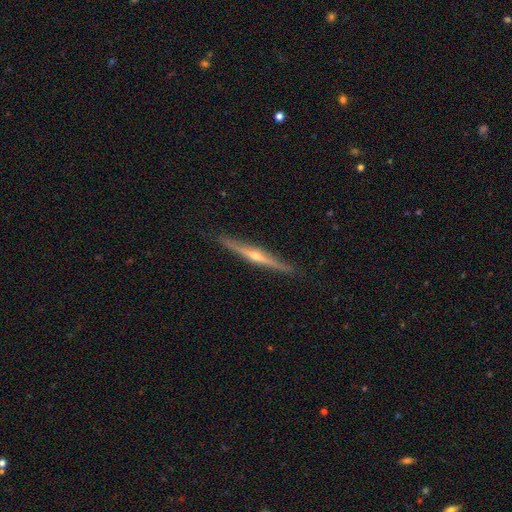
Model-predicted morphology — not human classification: Smooth or featured? Predicted: featured or disk (p=0.76). Edge-on disk? Predicted: yes (p=0.98). Edge-on bulge? Predicted: rounded (p=0.83). Merging? Predicted: none (p=0.89).